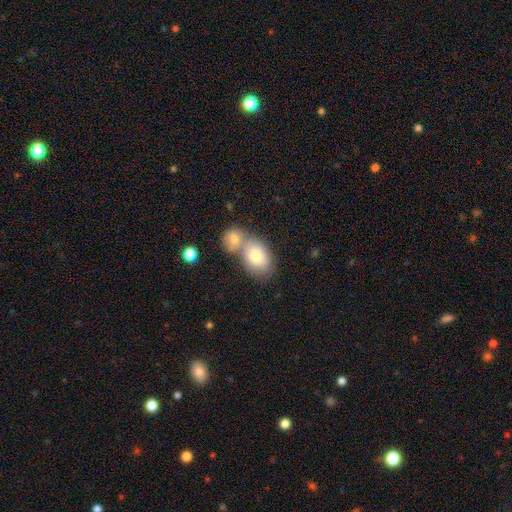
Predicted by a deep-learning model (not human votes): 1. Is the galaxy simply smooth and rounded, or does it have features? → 77% smooth, 15% featured or disk, 7% star or artifact.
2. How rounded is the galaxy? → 79% in between, 20% round, 1% cigar-shaped.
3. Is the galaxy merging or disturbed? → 53% merger, 33% none, 10% minor disturbance, 4% major disturbance.